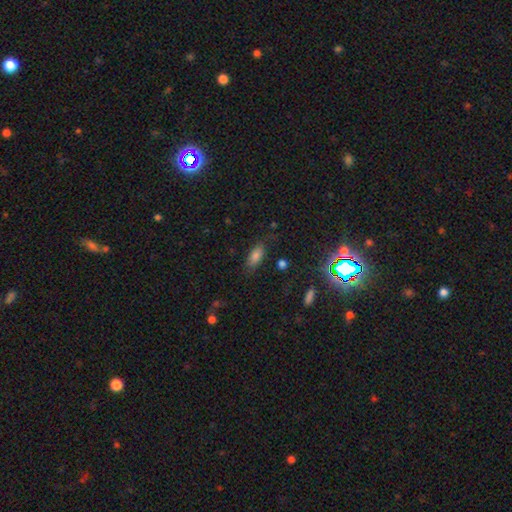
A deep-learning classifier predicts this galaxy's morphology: Overall: smooth (74%). How rounded: in between (81%). Merging: none (73%).